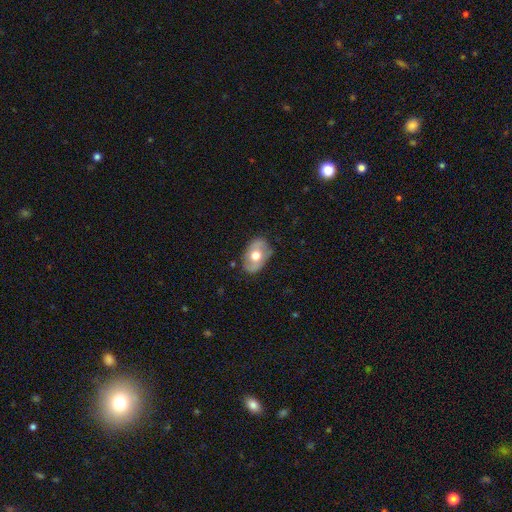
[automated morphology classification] This appears to be a smooth galaxy with no disk features (53%) that is in between round and cigar-shaped (86%). Merging: none (76%).